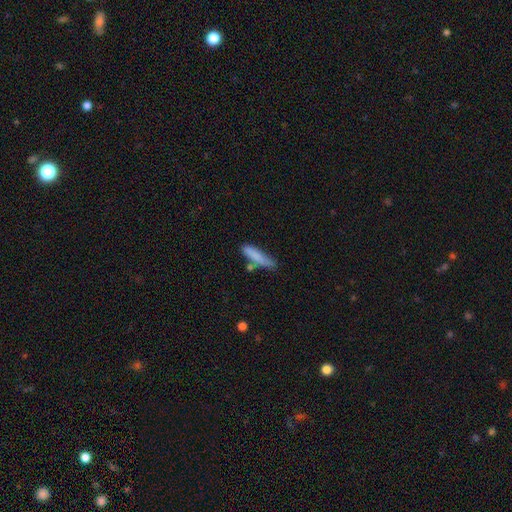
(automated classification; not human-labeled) Overall: smooth (81%). How rounded: cigar-shaped (78%). Merging: none (58%; minor disturbance 25%).